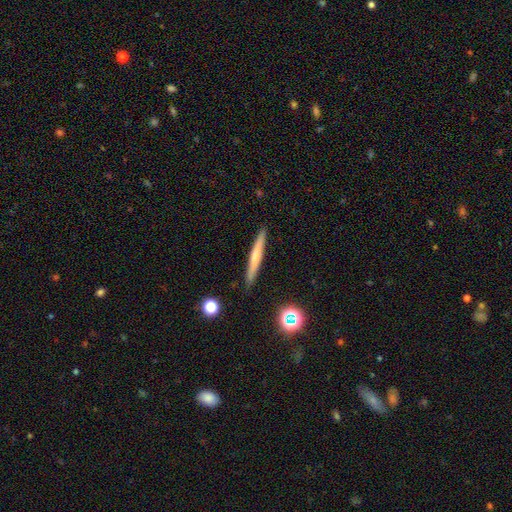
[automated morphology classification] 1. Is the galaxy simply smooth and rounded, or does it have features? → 52% smooth, 41% featured or disk, 7% star or artifact.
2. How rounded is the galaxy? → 95% cigar-shaped, 3% in between, 2% round.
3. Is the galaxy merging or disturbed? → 91% none, 7% minor disturbance, 1% major disturbance, 1% merger.